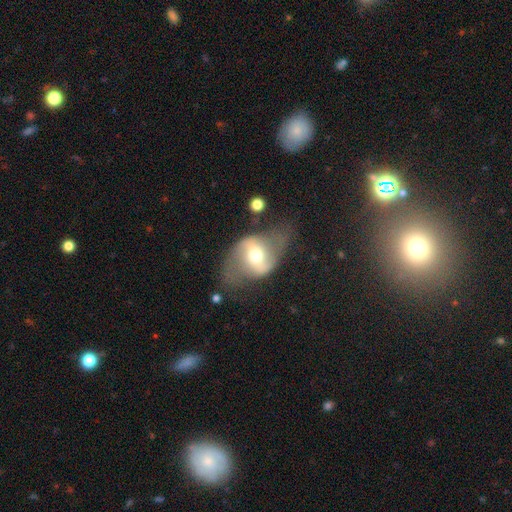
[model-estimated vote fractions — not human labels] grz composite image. It shows a featured or disk galaxy (77%) with a weak bar (38%), 2 (91%) loose (64%) spiral arms (87%) and a moderate central bulge (62%). Merging: none (56%).